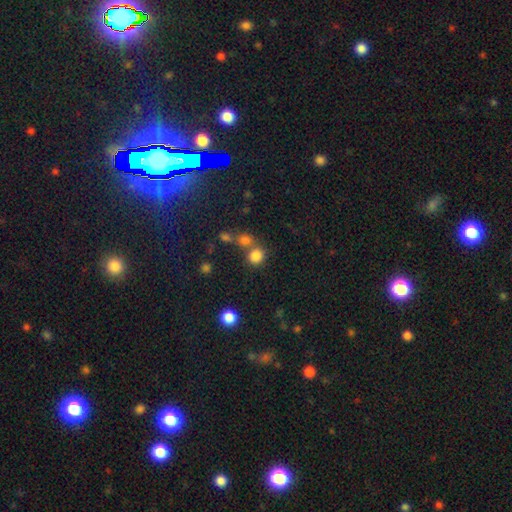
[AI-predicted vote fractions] smooth_or_featured: smooth (p=0.81) [alt: star or artifact p=0.14]
how_rounded: round (p=0.82) [alt: in between p=0.17]
merging: none (p=0.57) [alt: merger p=0.29]